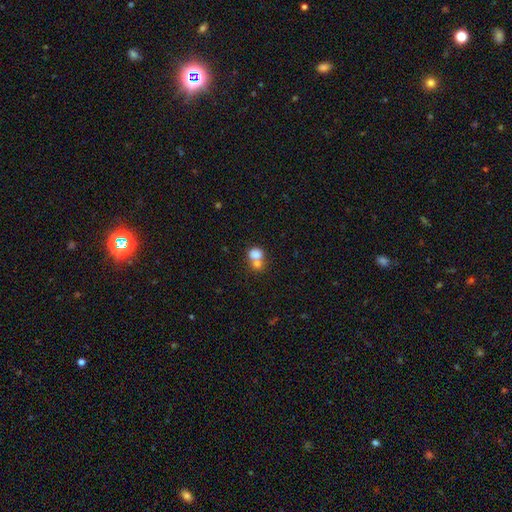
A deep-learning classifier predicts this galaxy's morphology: smooth 77%, featured or disk 13%, star or artifact 10%. Down the decision tree: how rounded — round (62%); merging — merger (61%).